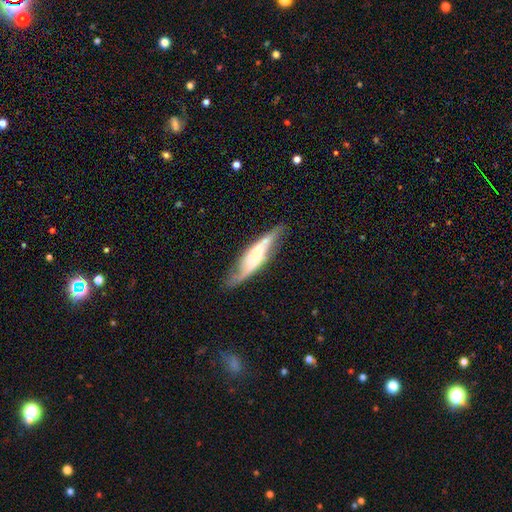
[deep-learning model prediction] The model was most divided on "edge-on disk": no: 52%, yes: 48%. More confident: merging — none (69%); smooth or featured — featured or disk (69%).